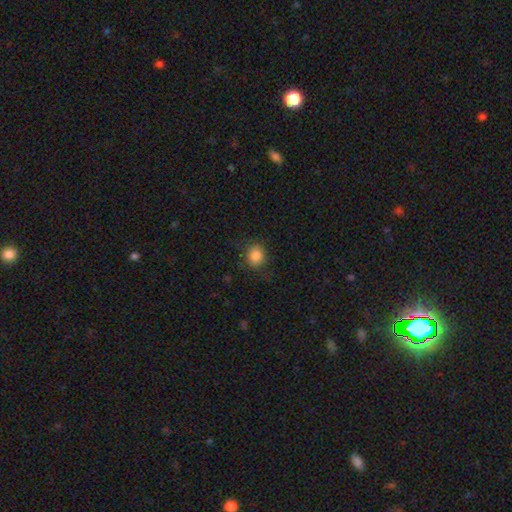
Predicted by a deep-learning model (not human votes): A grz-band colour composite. It shows a smooth galaxy with no disk features (85%) that is round (76%). Merging: none (81%).